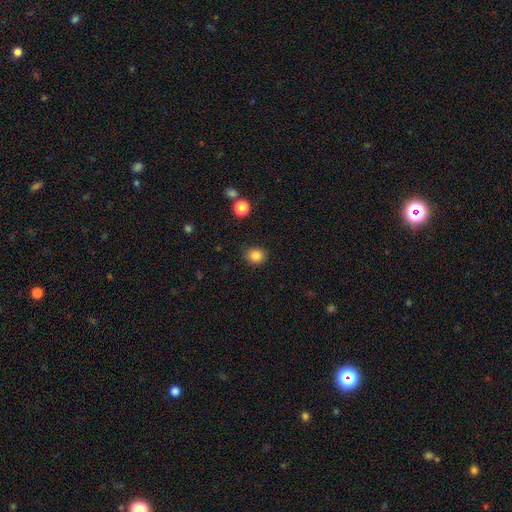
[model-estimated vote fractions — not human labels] A smooth galaxy with no disk features (84%) that is round (73%).

Vote fractions:
- Smooth or featured? smooth: 84% / star or artifact: 11% / featured or disk: 5%
- How rounded? round: 73% / in between: 26% / cigar-shaped: 1%
- Merging? none: 87% / minor disturbance: 9% / major disturbance: 2% / merger: 1%